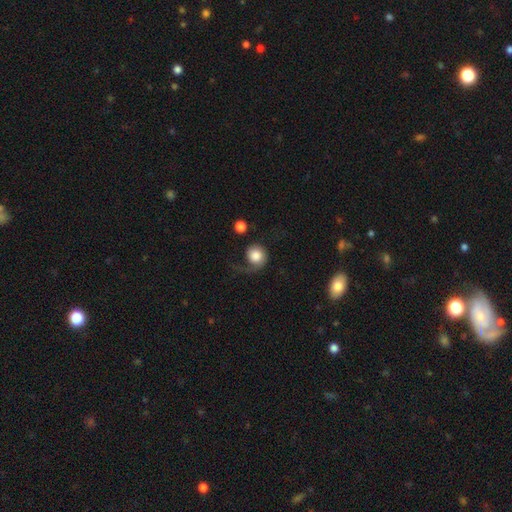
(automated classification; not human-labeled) The model was most divided on "merging": none: 40%, major disturbance: 36%, minor disturbance: 19%, merger: 5%. More confident: how rounded — round (87%); smooth or featured — smooth (65%).